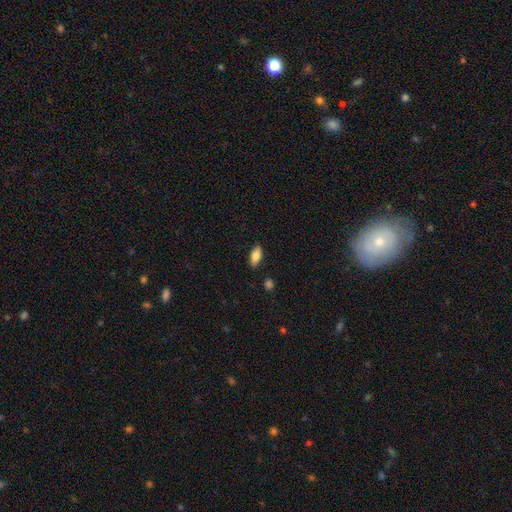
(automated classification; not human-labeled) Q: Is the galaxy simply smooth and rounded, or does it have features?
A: smooth — 81%.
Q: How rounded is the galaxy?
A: in between — 84%.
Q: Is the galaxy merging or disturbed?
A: none — 86%.